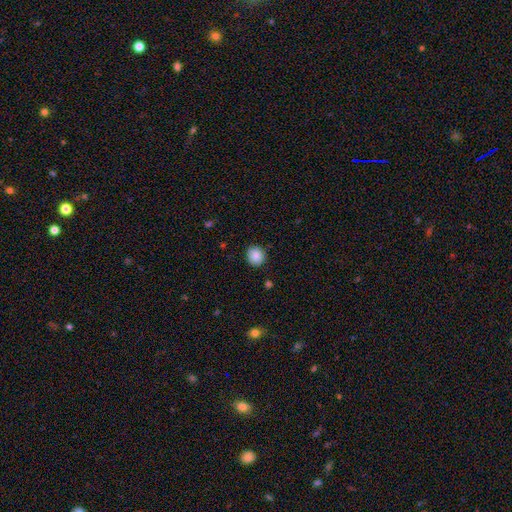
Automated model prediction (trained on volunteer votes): A smooth galaxy with no disk features (87%) that is round (82%).

Vote fractions:
- Smooth or featured? smooth: 87% / star or artifact: 9% / featured or disk: 4%
- How rounded? round: 82% / in between: 17% / cigar-shaped: 1%
- Merging? none: 89% / minor disturbance: 8% / major disturbance: 2% / merger: 1%